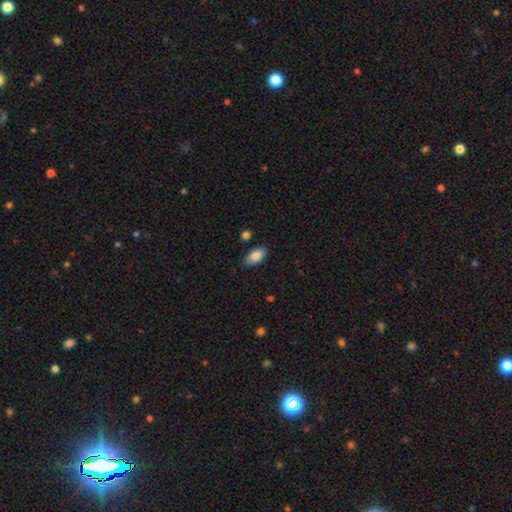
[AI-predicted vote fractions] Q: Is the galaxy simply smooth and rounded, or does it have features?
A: smooth — 87%.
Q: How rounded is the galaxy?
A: in between — 93%.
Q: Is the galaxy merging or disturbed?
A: none — 82%.